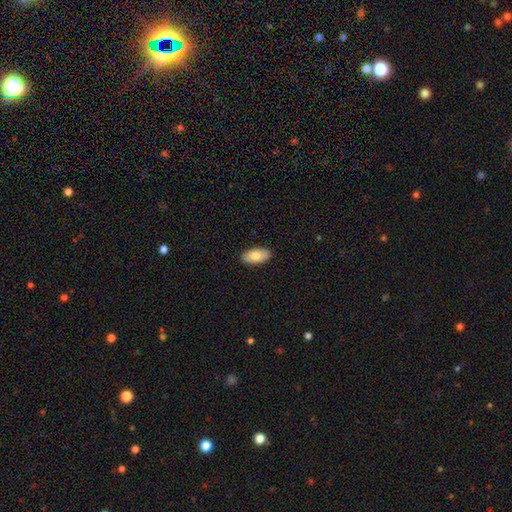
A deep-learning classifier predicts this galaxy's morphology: smooth_or_featured: smooth (p=0.79) [alt: featured or disk p=0.15]
how_rounded: in between (p=0.93) [alt: cigar-shaped p=0.05]
merging: none (p=0.90) [alt: minor disturbance p=0.08]